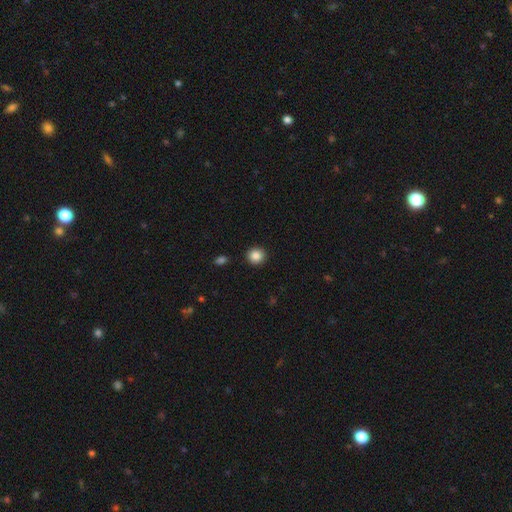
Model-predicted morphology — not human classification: smooth-or-featured: smooth: 86% | star or artifact: 9% | featured or disk: 5%
  how-rounded: round: 90% | in between: 9% | cigar-shaped: 1%
  merging: none: 92% | minor disturbance: 5% | major disturbance: 2% | merger: 1%